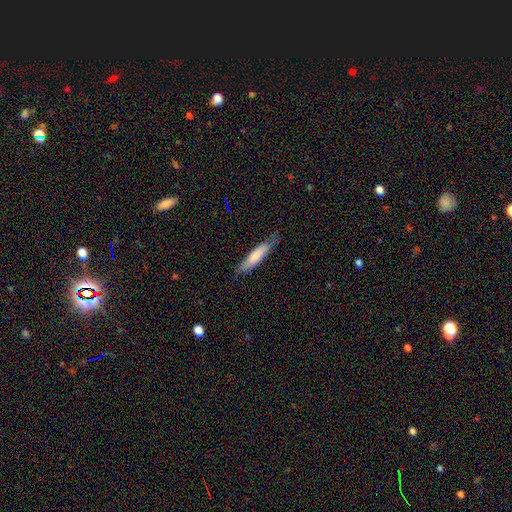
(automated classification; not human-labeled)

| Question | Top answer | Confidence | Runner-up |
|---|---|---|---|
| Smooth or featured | smooth | 74% | featured or disk (20%) |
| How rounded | cigar-shaped | 79% | in between (19%) |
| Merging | none | 68% | minor disturbance (25%) |